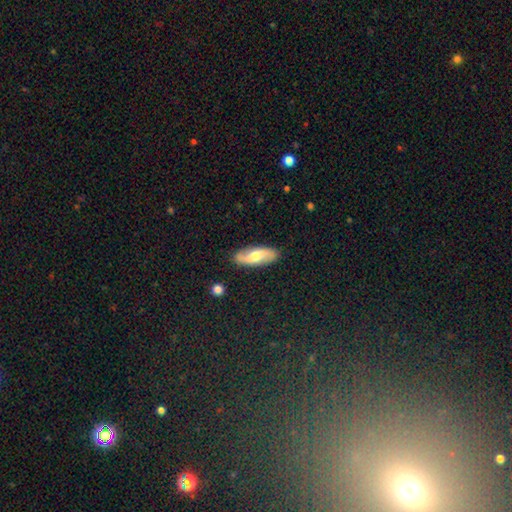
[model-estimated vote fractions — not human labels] Smooth or featured: featured or disk — 57% (smooth — 37%)
Edge-on disk: no — 86% (yes — 14%)
Merging: none — 86% (minor disturbance — 10%)